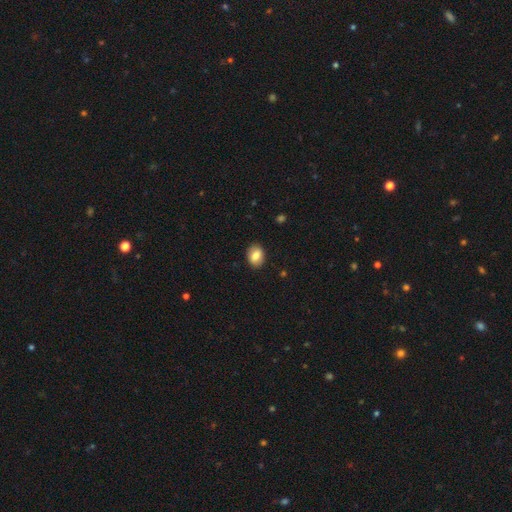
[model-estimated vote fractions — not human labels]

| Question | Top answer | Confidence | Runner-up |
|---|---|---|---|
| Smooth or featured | smooth | 84% | featured or disk (9%) |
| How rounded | in between | 68% | round (31%) |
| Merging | none | 89% | minor disturbance (8%) |